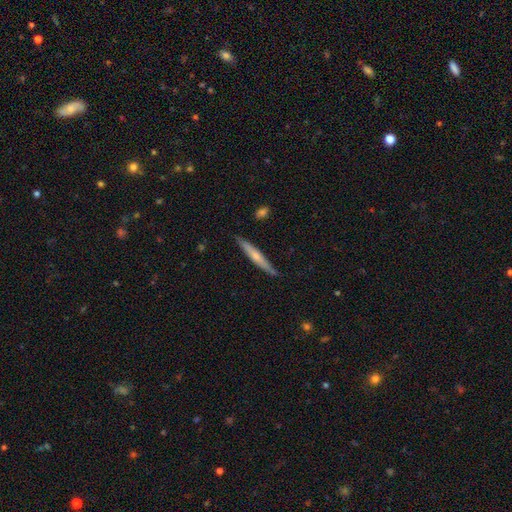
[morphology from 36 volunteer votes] Smooth or featured: smooth — 56% (featured or disk — 44%)
How rounded: cigar-shaped — 95% (in between — 5%)
Merging: none — 81% (minor disturbance — 11%)